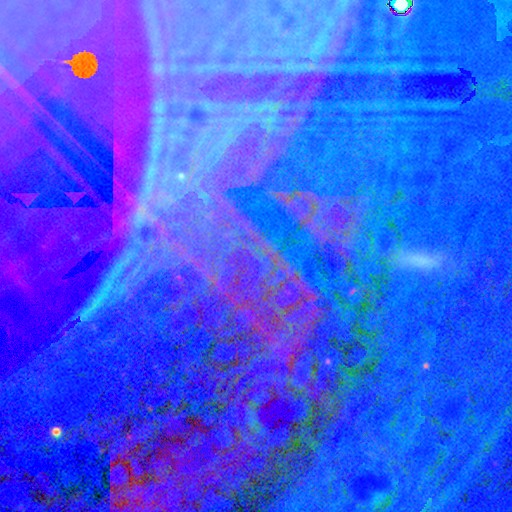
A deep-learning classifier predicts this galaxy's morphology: smooth_or_featured: star or artifact (p=0.85) [alt: featured or disk p=0.08]